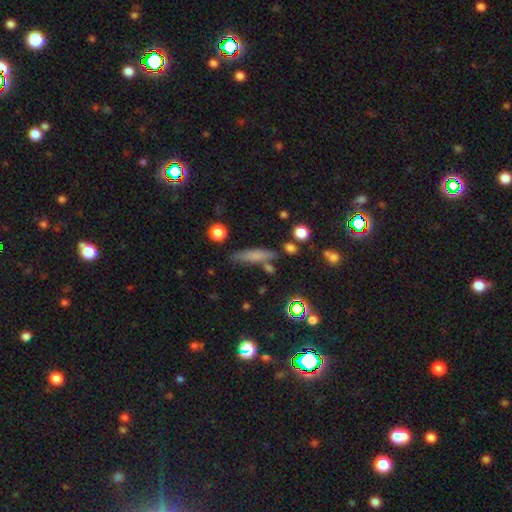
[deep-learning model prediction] smooth 65%, featured or disk 24%, star or artifact 11%. Down the decision tree: how rounded — cigar-shaped (75%); merging — none (72%).